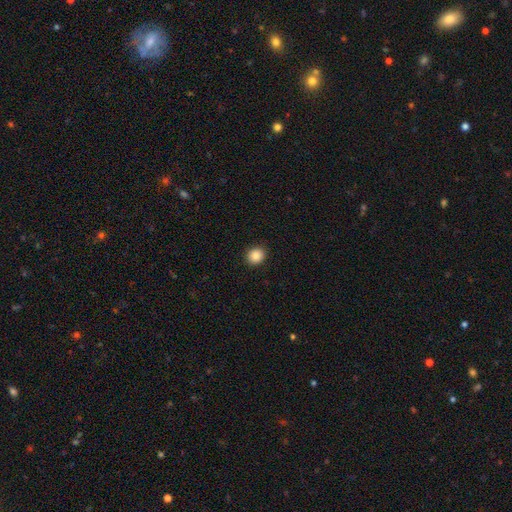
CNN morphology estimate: Smooth or featured: smooth — 87% (star or artifact — 9%)
How rounded: round — 78% (in between — 21%)
Merging: none — 91% (minor disturbance — 6%)